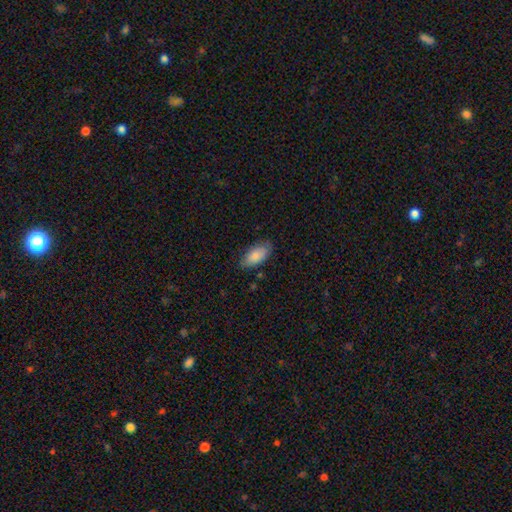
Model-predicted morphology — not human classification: smooth-or-featured: smooth: 81% | featured or disk: 13% | star or artifact: 6%
  how-rounded: in between: 92% | cigar-shaped: 6% | round: 2%
  merging: none: 78% | minor disturbance: 18% | major disturbance: 3% | merger: 1%